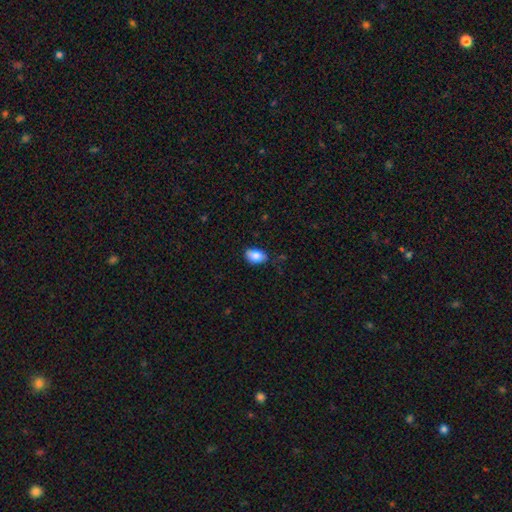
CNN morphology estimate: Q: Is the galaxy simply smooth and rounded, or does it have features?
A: smooth — 84%.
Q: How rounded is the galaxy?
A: in between — 88%.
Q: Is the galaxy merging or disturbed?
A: none — 71%.